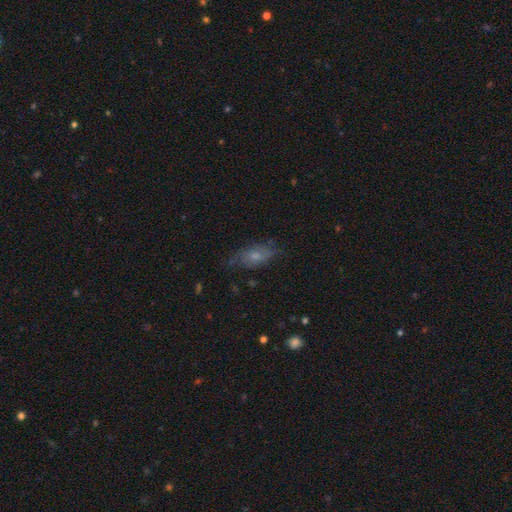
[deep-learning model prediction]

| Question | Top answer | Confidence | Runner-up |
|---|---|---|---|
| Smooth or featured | smooth | 46% | featured or disk (43%) |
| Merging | none | 64% | minor disturbance (24%) |